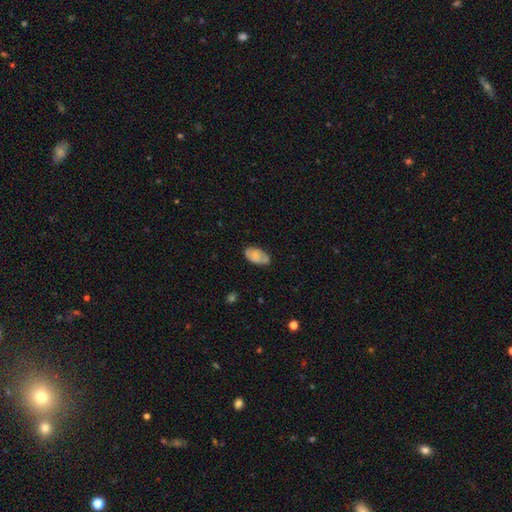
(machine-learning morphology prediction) A smooth galaxy with no disk features (69%) that is in between round and cigar-shaped (94%). Merging: none (66%).